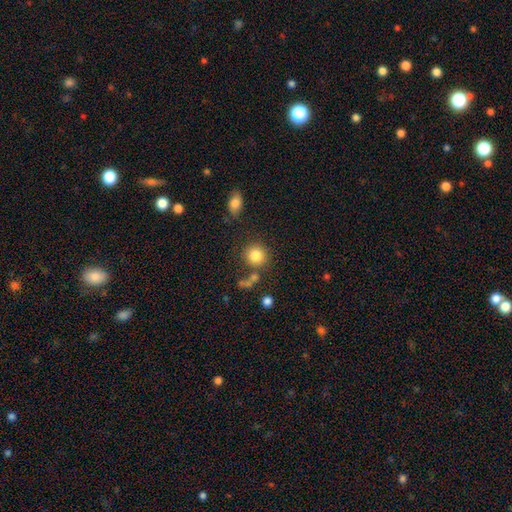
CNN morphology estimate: smooth 83%, star or artifact 10%, featured or disk 7%. Down the decision tree: how rounded — round (89%); merging — none (74%).